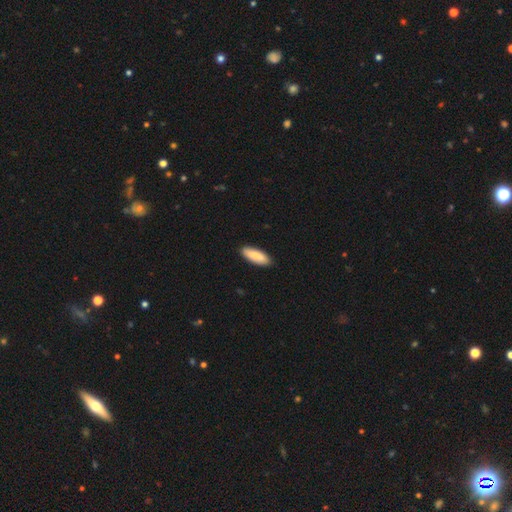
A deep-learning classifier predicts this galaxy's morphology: Overall: smooth (86%). How rounded: in between (63%; cigar-shaped 35%). Merging: none (90%).